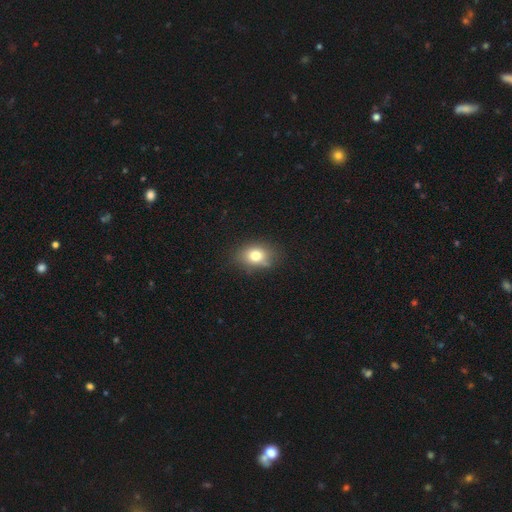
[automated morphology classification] A smooth galaxy with no disk features (77%) that is in between round and cigar-shaped (63%).

Vote fractions:
- Smooth or featured? smooth: 77% / featured or disk: 12% / star or artifact: 12%
- How rounded? in between: 63% / round: 36% / cigar-shaped: 1%
- Merging? none: 77% / minor disturbance: 17% / major disturbance: 4% / merger: 2%